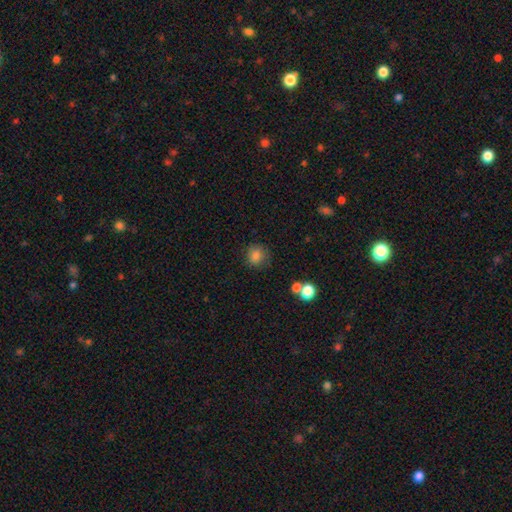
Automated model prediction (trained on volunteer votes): Smooth or featured?
  - smooth: 83% *
  - star or artifact: 11%
  - featured or disk: 6%
How rounded?
  - round: 84% *
  - in between: 15%
  - cigar-shaped: 1%
Merging?
  - none: 80% *
  - minor disturbance: 12%
  - merger: 4%
  - major disturbance: 4%